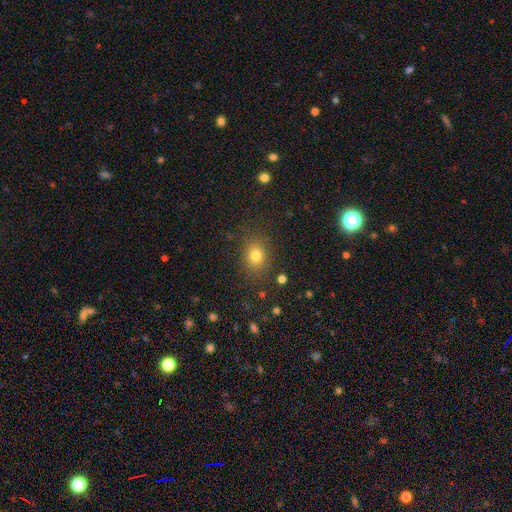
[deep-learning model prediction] Smooth or featured? Predicted: smooth (p=0.77). How rounded? Predicted: round (p=0.54). Merging? Predicted: none (p=0.84).